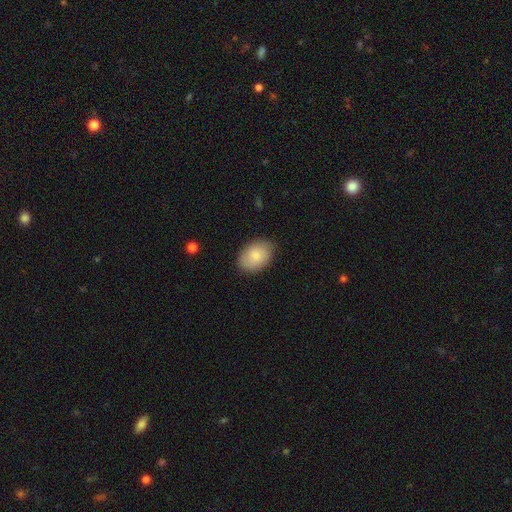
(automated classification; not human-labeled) Smooth or featured? smooth (84%)
How rounded? in between (84%)
Merging? none (82%)